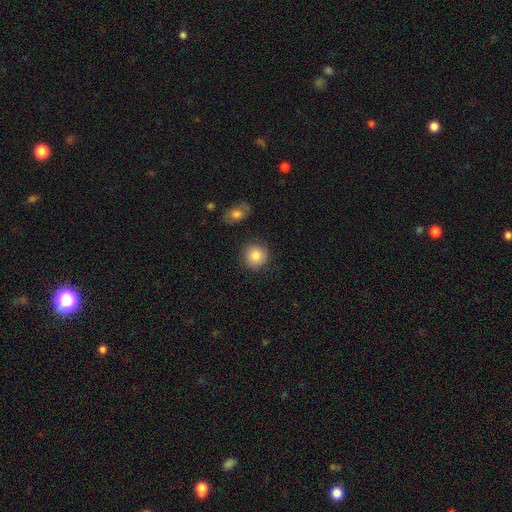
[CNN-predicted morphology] smooth_or_featured: smooth (p=0.86) [alt: star or artifact p=0.08]
how_rounded: round (p=0.91) [alt: in between p=0.08]
merging: none (p=0.86) [alt: minor disturbance p=0.08]